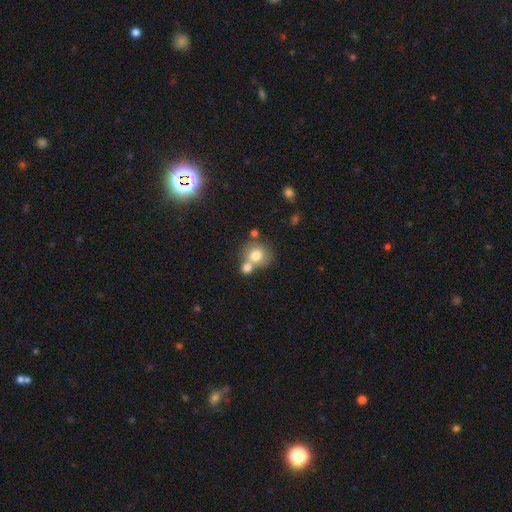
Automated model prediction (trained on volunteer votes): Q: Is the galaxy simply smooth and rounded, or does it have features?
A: smooth — 75%.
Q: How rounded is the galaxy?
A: round — 80%.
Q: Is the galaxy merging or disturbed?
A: merger — 44%.